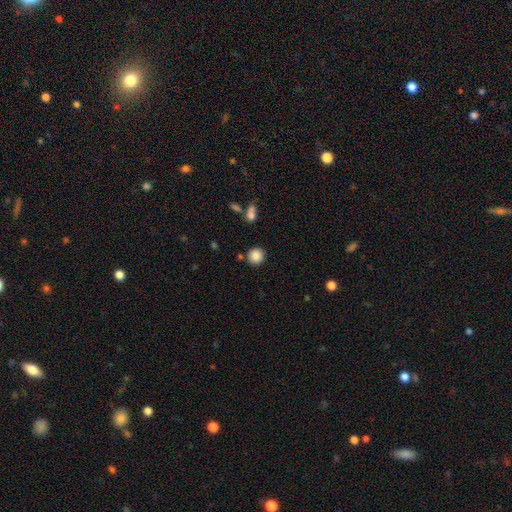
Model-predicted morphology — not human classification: smooth 86%, star or artifact 9%, featured or disk 5%. Down the decision tree: how rounded — round (91%); merging — none (85%).